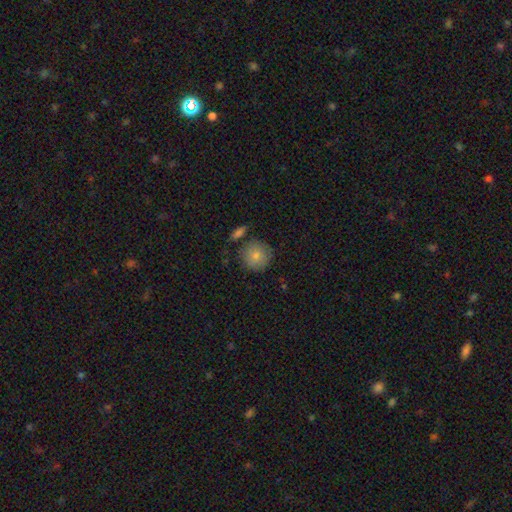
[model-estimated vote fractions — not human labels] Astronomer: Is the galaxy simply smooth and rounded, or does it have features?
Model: smooth — 81%.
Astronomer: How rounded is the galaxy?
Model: round — 93%.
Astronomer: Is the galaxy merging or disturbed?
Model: none — 75%.